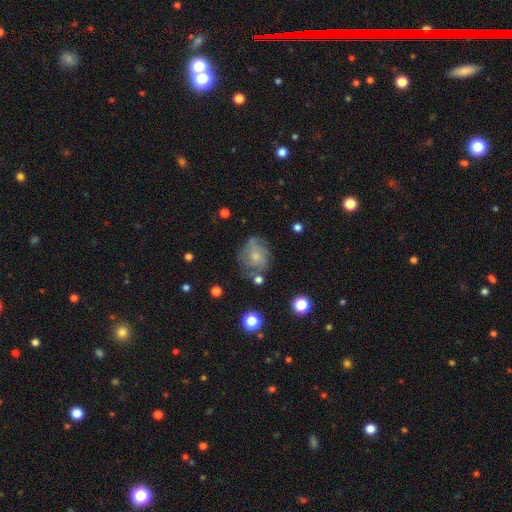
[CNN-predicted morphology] smooth-or-featured: featured or disk: 54% | smooth: 35% | star or artifact: 10%
  disk-edge-on: no: 97% | yes: 3%
    bar: no: 74% | weak: 23% | strong: 3%
    has-spiral-arms: yes: 76% | no: 24%
    bulge-size: small: 50% | moderate: 36% | none: 9% | large: 3% | dominant: 1%
  merging: none: 56% | minor disturbance: 25% | major disturbance: 14% | merger: 5%